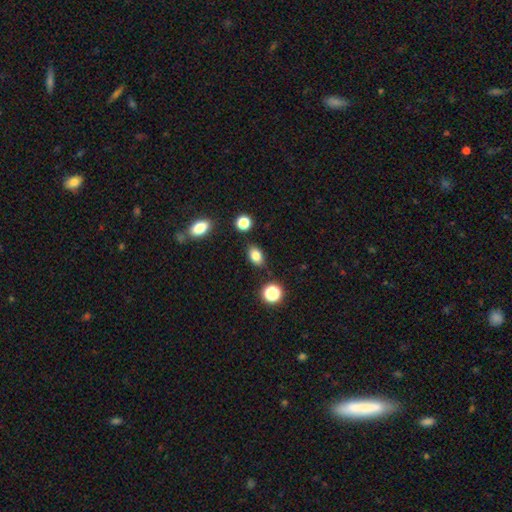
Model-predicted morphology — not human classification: Overall: smooth (81%). How rounded: in between (81%). Merging: none (84%).